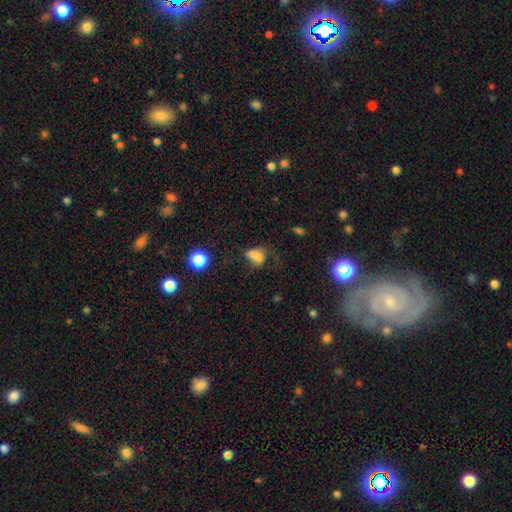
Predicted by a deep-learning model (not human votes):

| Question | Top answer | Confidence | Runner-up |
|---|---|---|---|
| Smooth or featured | smooth | 70% | star or artifact (16%) |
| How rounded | in between | 74% | round (22%) |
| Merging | none | 35% | minor disturbance (26%) |